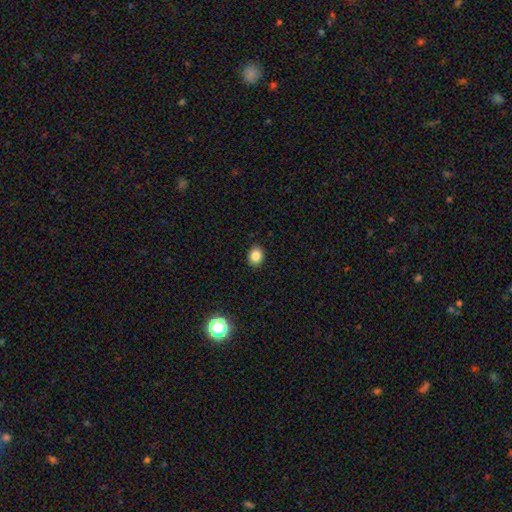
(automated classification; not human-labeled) This appears to be a smooth galaxy with no disk features (85%) that is round (52%). Merging: none (90%).